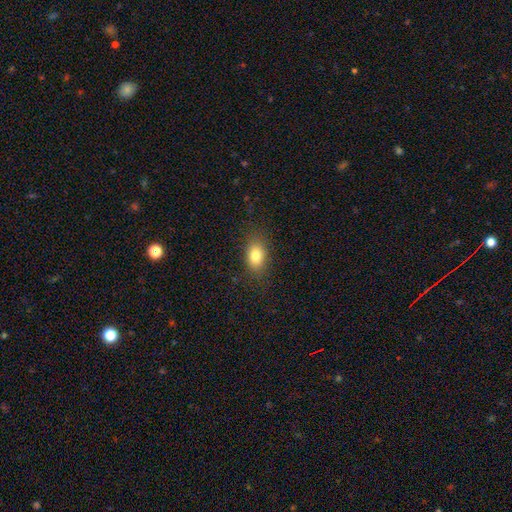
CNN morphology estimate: This is clearly a smooth galaxy (81%). How rounded: clearly in between (83%). Merging: clearly none (84%).